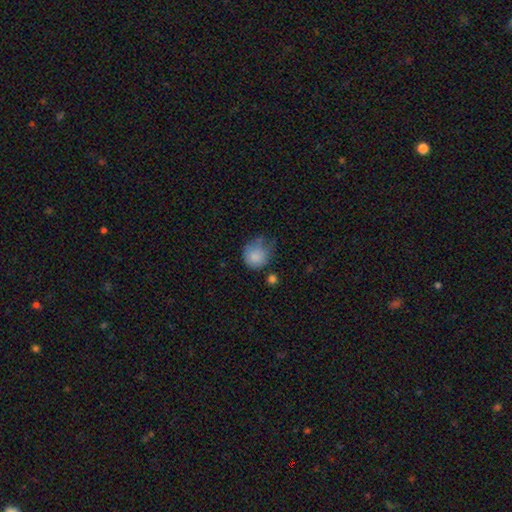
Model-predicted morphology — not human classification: smooth-or-featured: smooth: 82% | featured or disk: 9% | star or artifact: 9%
  how-rounded: round: 80% | in between: 20% | cigar-shaped: 1%
  merging: none: 39% | minor disturbance: 36% | major disturbance: 19% | merger: 5%